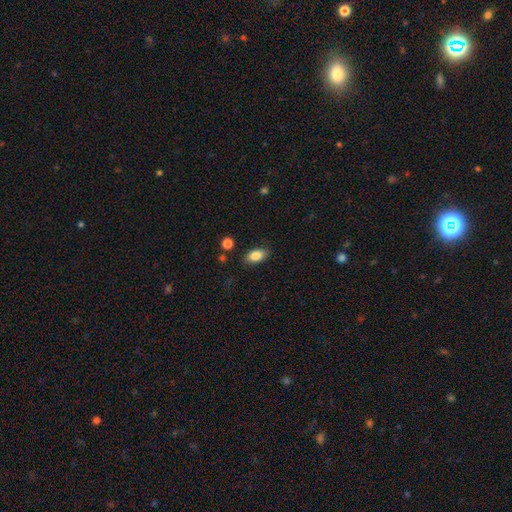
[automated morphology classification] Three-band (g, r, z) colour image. It shows a smooth galaxy with no disk features (85%) that is in between round and cigar-shaped (90%). Merging: none (85%).